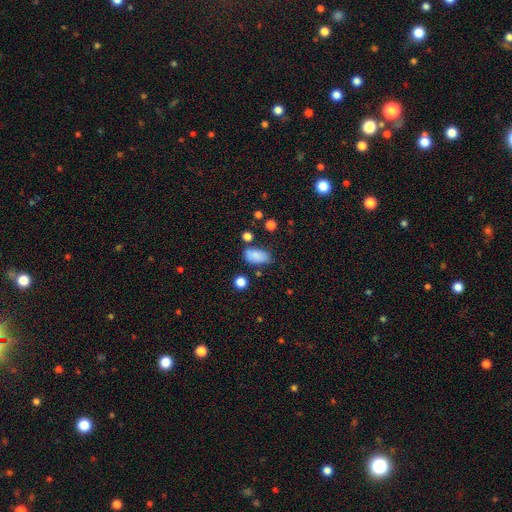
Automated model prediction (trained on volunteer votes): A smooth galaxy with no disk features (84%) that is in between round and cigar-shaped (91%).

Vote fractions:
- Smooth or featured? smooth: 84% / star or artifact: 9% / featured or disk: 7%
- How rounded? in between: 91% / round: 6% / cigar-shaped: 3%
- Merging? none: 63% / minor disturbance: 22% / merger: 9% / major disturbance: 7%